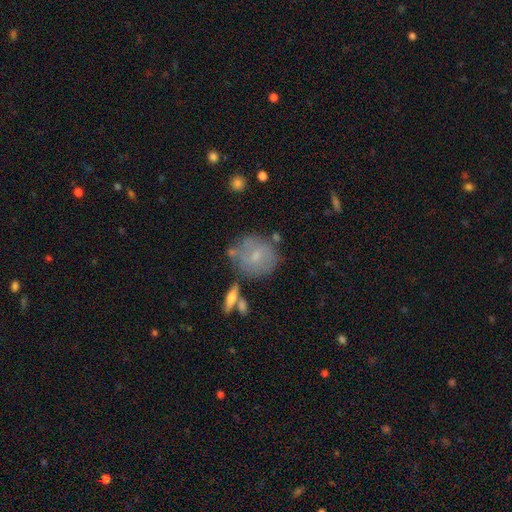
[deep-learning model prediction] A smooth galaxy with no disk features (57%) that is round (77%). Merging: none (61%).